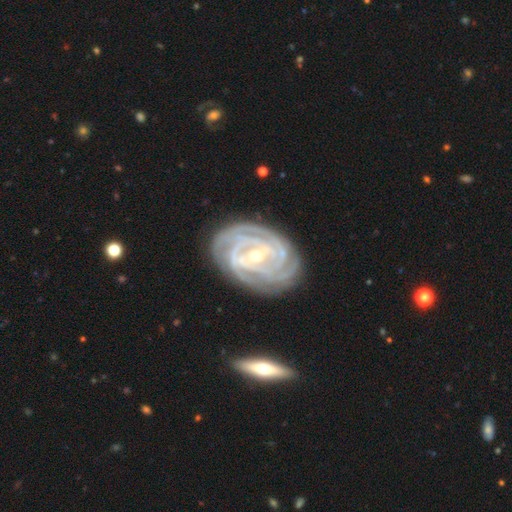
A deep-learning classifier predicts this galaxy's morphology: The model was most divided on "bar": strong: 41%, weak: 39%, no: 20%. Remaining: spiral arms — yes (98%); edge-on disk — no (97%); smooth or featured — featured or disk (92%); spiral winding — tight (83%); merging — none (80%); bulge size — small (62%); spiral arm count — 4 (32%).